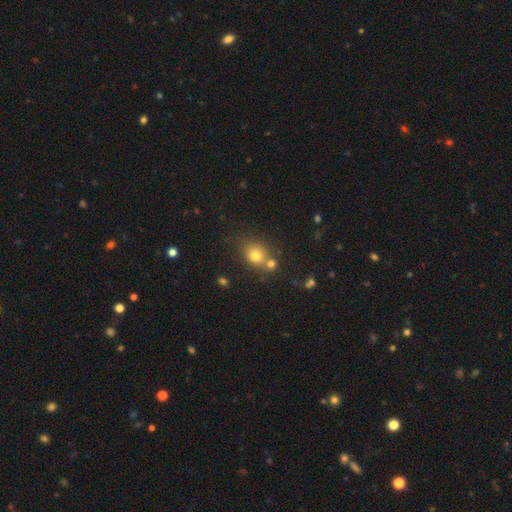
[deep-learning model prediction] Smooth or featured: smooth — 75% (star or artifact — 14%)
How rounded: round — 68% (in between — 31%)
Merging: none — 55% (merger — 30%)